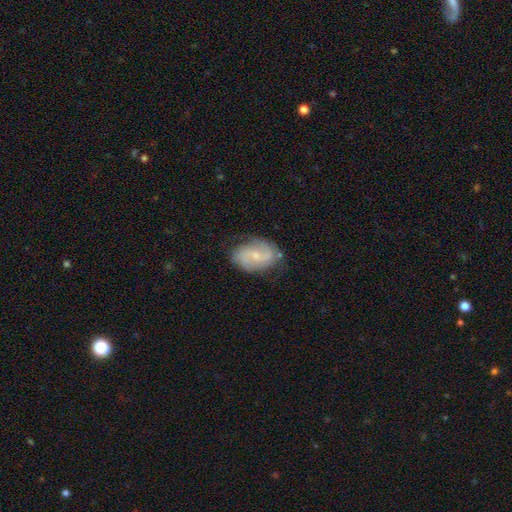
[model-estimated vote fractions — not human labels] The model was most divided on "bar": no: 48%, weak: 43%, strong: 9%. Remaining: edge-on disk — no (97%); spiral arms — yes (93%); spiral arm count — 2 (81%); merging — none (74%); smooth or featured — featured or disk (73%); bulge size — small (68%); spiral winding — medium (44%).